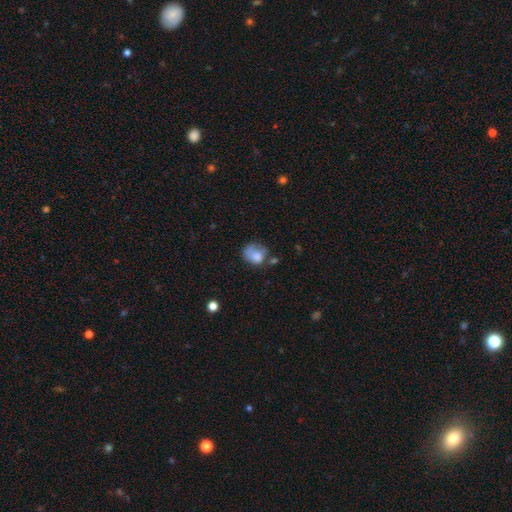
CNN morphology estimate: Smooth or featured: smooth — 71% (featured or disk — 19%)
How rounded: round — 57% (in between — 43%)
Merging: none — 35% (minor disturbance — 29%)